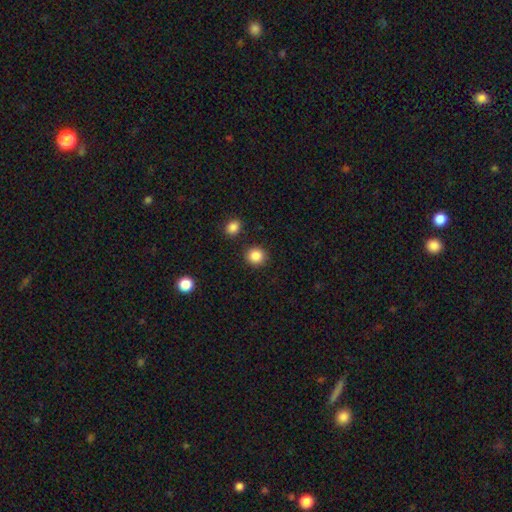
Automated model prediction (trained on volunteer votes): This is clearly a smooth galaxy (87%). How rounded: clearly round (87%). Merging: clearly none (88%).